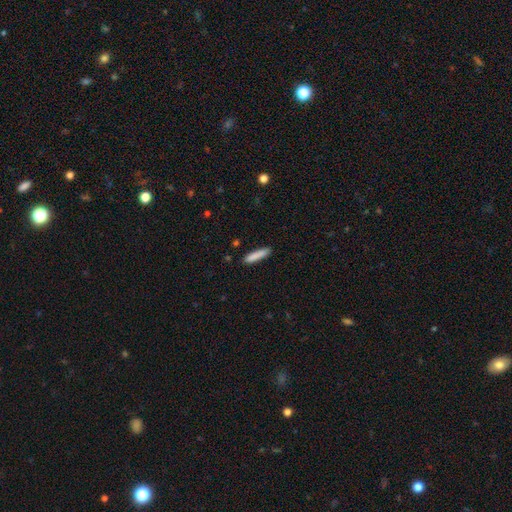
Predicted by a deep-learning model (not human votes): The model was most divided on "how rounded": cigar-shaped: 87%, in between: 12%, round: 1%. More confident: merging — none (88%); smooth or featured — smooth (86%).